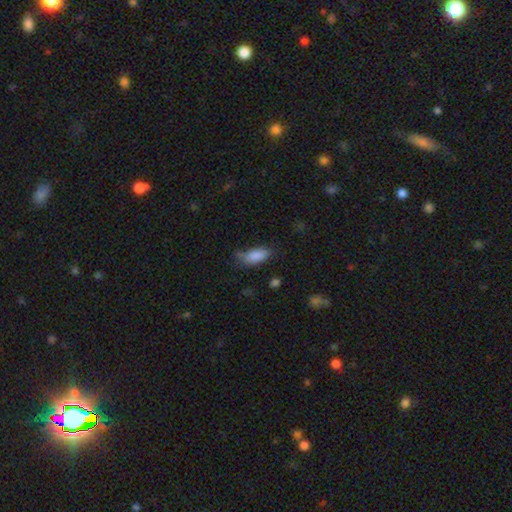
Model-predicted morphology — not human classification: A smooth galaxy with no disk features (85%) that is in between round and cigar-shaped (84%).

Vote fractions:
- Smooth or featured? smooth: 85% / star or artifact: 8% / featured or disk: 7%
- How rounded? in between: 84% / cigar-shaped: 13% / round: 2%
- Merging? none: 57% / minor disturbance: 29% / major disturbance: 9% / merger: 5%